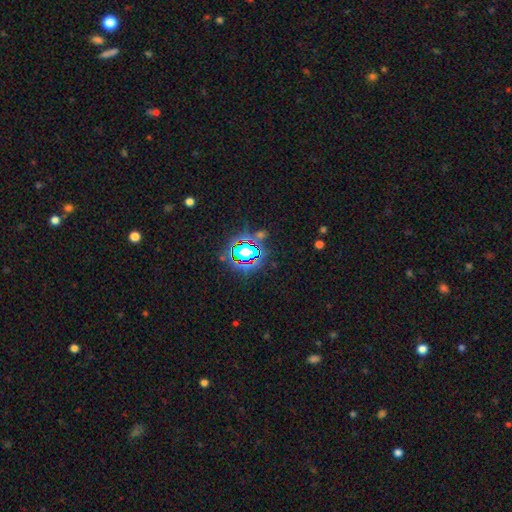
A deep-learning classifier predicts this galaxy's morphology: Overall: star or artifact (81%).